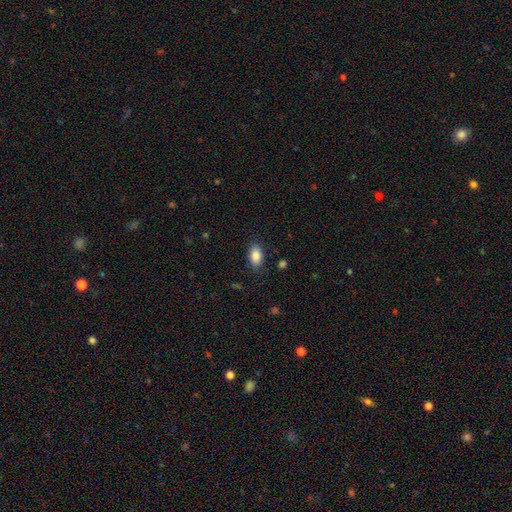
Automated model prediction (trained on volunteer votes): This is clearly a smooth galaxy (85%). How rounded: clearly in between (91%). Merging: clearly none (85%).